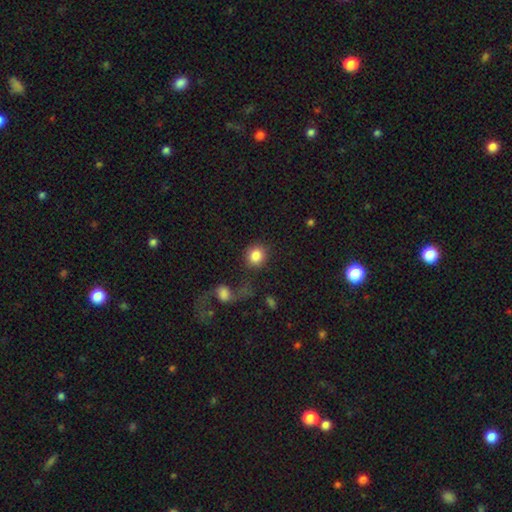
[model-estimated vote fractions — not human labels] smooth_or_featured: smooth (p=0.86) [alt: star or artifact p=0.08]
how_rounded: round (p=0.86) [alt: in between p=0.13]
merging: none (p=0.73) [alt: minor disturbance p=0.11]